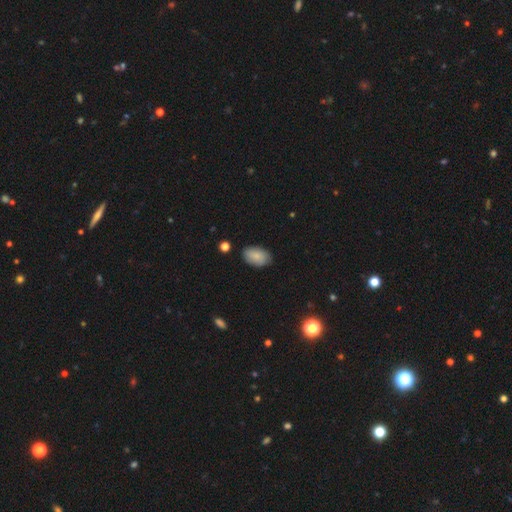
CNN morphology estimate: Overall: smooth (83%). How rounded: in between (92%). Merging: none (83%).